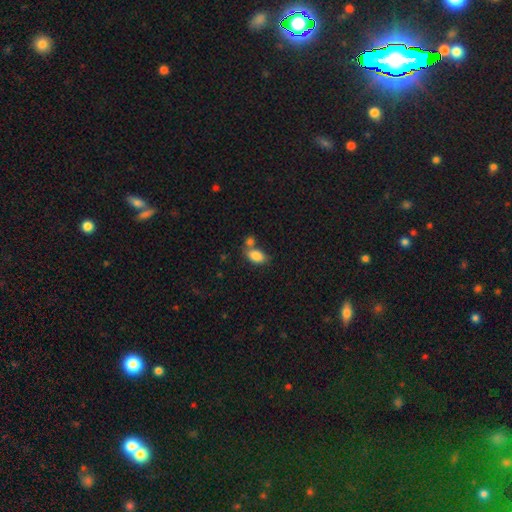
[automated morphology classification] smooth 84%, star or artifact 8%, featured or disk 8%. Down the decision tree: how rounded — in between (89%); merging — none (48%).